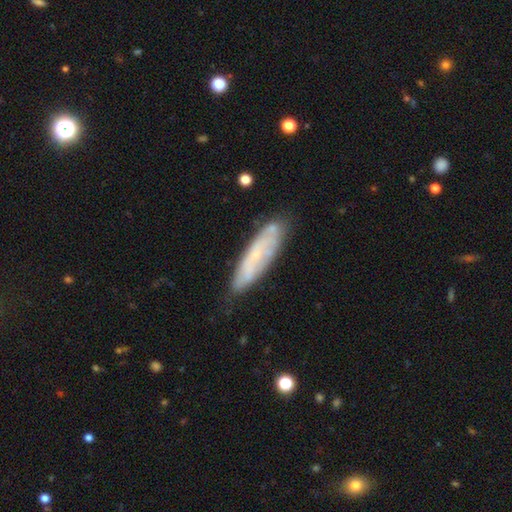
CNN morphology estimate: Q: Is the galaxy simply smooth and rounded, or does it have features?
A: featured or disk — 51%.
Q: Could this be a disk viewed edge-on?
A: no — 67%.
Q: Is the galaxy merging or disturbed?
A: none — 71%.